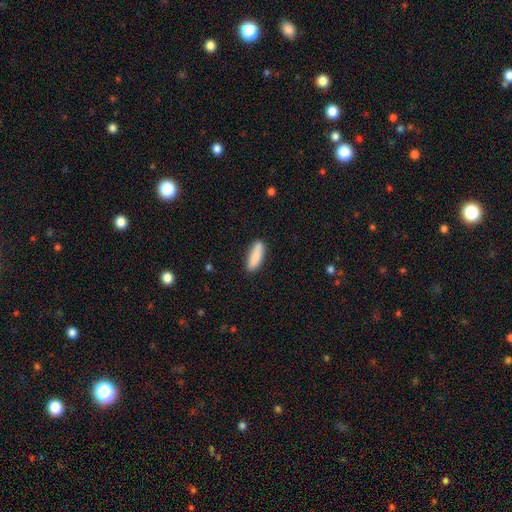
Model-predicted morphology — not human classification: type=smooth (88%); roundness=in between (52%); merging=none (82%).